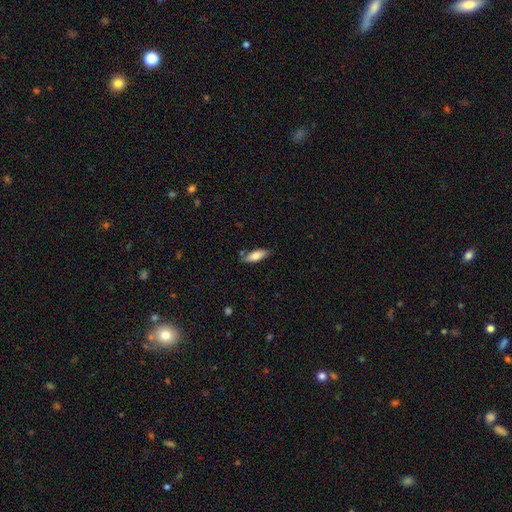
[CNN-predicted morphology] This appears to be a smooth galaxy with no disk features (78%) that is in between round and cigar-shaped (70%). Merging: none (76%).